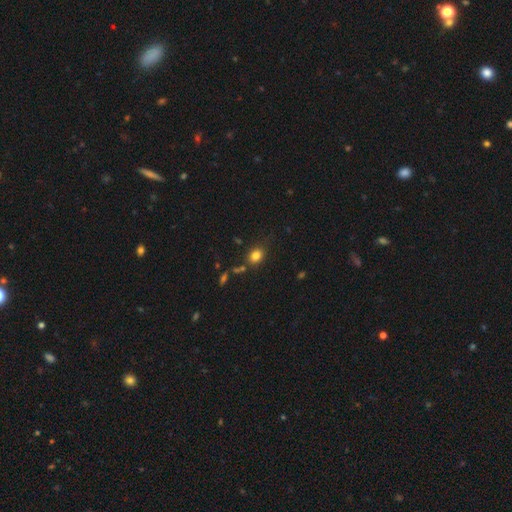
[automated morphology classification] type=smooth (81%); roundness=in between (50%); merging=none (75%).